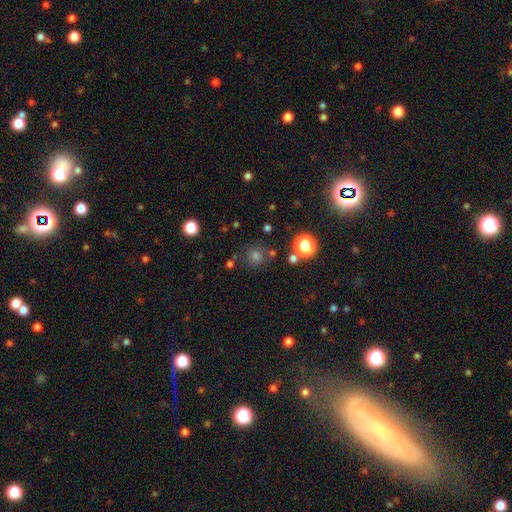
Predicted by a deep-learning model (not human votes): A smooth galaxy with no disk features (63%) that is round (89%).

Vote fractions:
- Smooth or featured? smooth: 63% / star or artifact: 29% / featured or disk: 8%
- How rounded? round: 89% / in between: 10% / cigar-shaped: 1%
- Merging? none: 78% / minor disturbance: 11% / merger: 6% / major disturbance: 5%